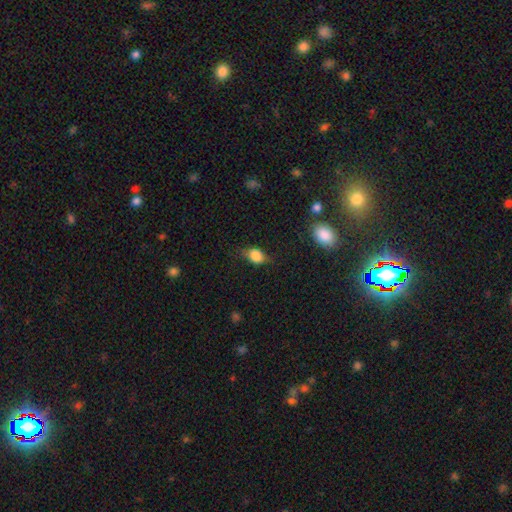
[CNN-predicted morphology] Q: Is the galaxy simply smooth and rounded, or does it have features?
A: smooth — 78%.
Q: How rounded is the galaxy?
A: in between — 67%.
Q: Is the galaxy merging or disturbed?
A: none — 64%.